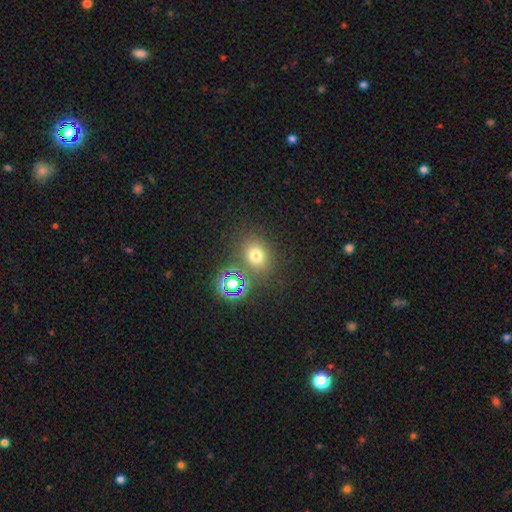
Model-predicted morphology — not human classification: Smooth or featured?
  - smooth: 67% *
  - star or artifact: 25%
  - featured or disk: 8%
How rounded?
  - round: 63% *
  - in between: 36%
  - cigar-shaped: 1%
Merging?
  - none: 76% *
  - minor disturbance: 10%
  - merger: 9%
  - major disturbance: 4%